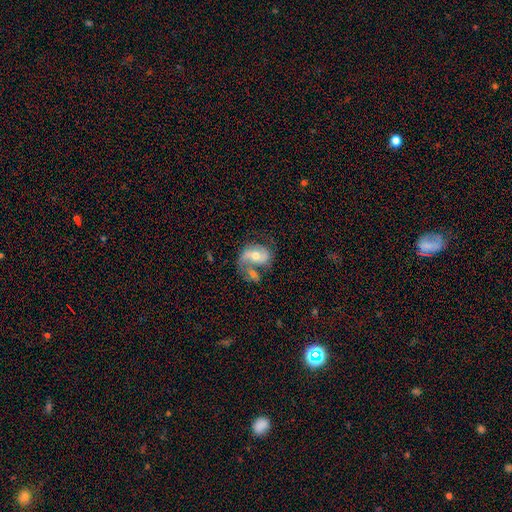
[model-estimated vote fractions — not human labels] Smooth or featured: featured or disk — 70% (smooth — 23%)
Edge-on disk: no — 97% (yes — 3%)
Bar: no — 51% (weak — 35%)
Spiral arms: yes — 85% (no — 15%)
Spiral winding: medium — 43% (loose — 42%)
Spiral arm count: 2 — 75% (1 — 15%)
Bulge size: moderate — 70% (small — 21%)
Merging: none — 33% (merger — 32%)